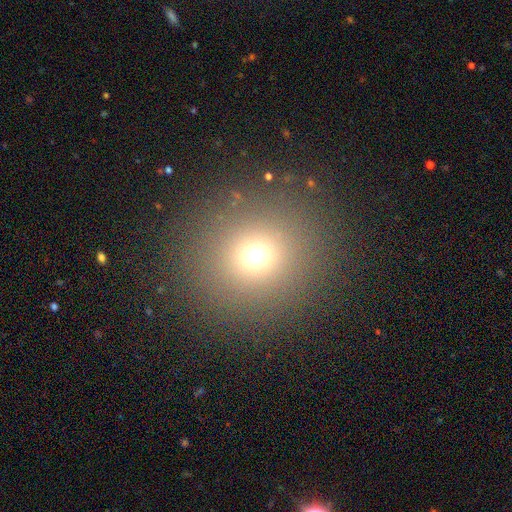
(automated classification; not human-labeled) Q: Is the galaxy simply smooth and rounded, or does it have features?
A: smooth — 68%.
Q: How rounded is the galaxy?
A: round — 92%.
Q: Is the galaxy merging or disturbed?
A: none — 89%.